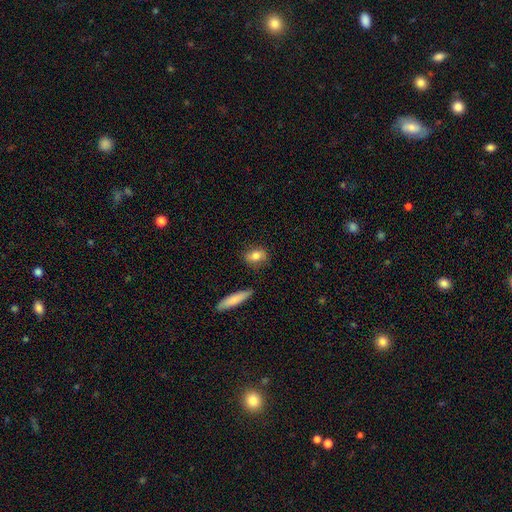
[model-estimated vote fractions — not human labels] Smooth or featured? smooth (80%)
How rounded? in between (69%)
Merging? none (77%)